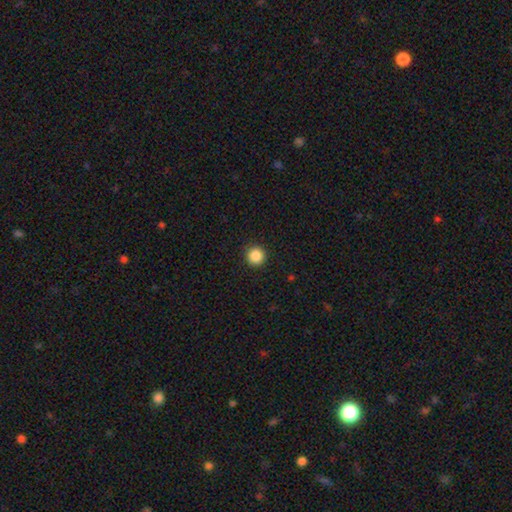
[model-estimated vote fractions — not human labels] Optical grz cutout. It shows a smooth galaxy with no disk features (87%) that is round (96%). Merging: none (93%).